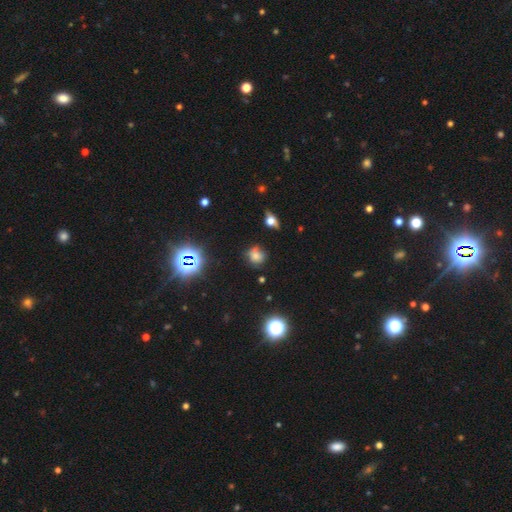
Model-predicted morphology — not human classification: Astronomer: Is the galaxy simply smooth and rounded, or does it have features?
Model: smooth — 61%.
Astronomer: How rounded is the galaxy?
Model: round — 79%.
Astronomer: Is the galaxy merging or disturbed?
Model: none — 68%.